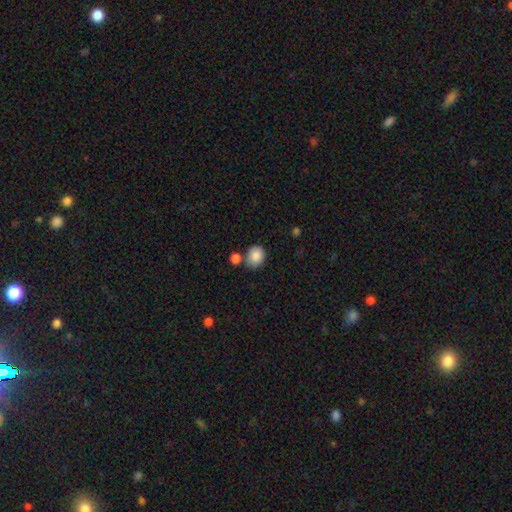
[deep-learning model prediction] Smooth or featured? smooth (87%)
How rounded? round (64%)
Merging? none (66%)